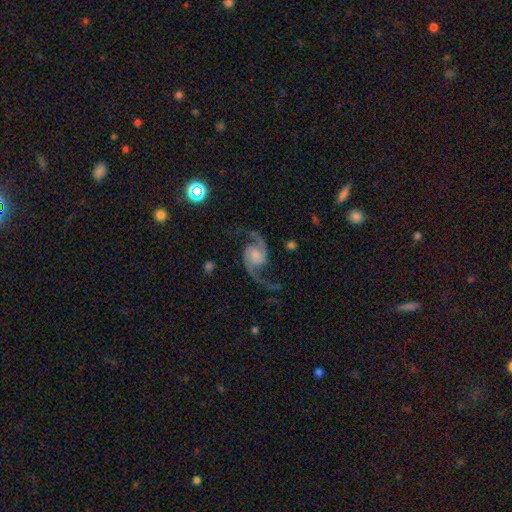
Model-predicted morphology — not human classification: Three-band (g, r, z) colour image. It shows a featured or disk galaxy (93%) with no bar (64%), 2 (95%) loose (56%) spiral arms (99%) and a small central bulge (37%). Merging: none (78%).